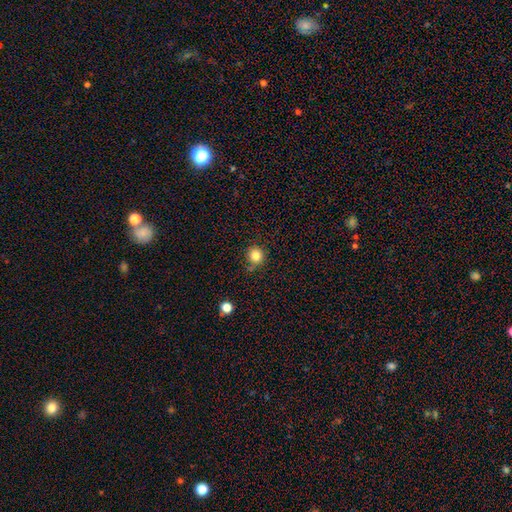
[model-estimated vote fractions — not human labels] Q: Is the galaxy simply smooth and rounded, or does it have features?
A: smooth — 83%.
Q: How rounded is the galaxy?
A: round — 90%.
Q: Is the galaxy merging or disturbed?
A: none — 76%.